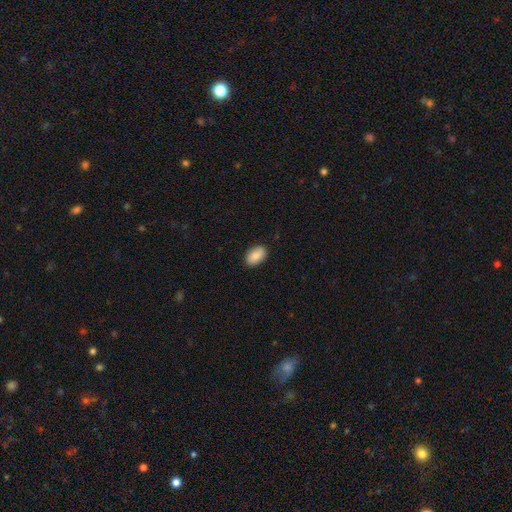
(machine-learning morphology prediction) This appears to be a smooth galaxy with no disk features (86%) that is in between round and cigar-shaped (92%). Merging: none (88%).